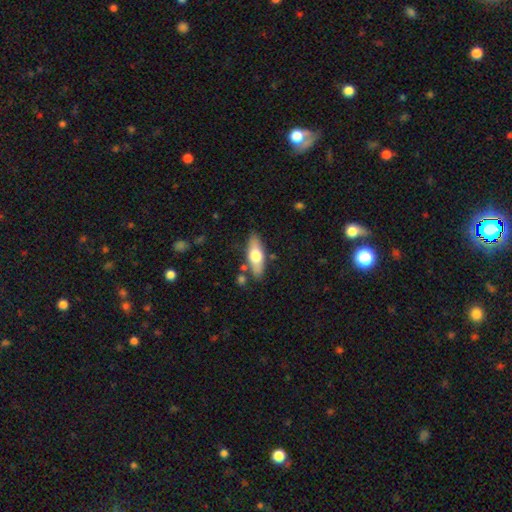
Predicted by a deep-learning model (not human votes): Q: Smooth or featured?
A: smooth (60%); runner-up: featured or disk (35%)
Q: How rounded?
A: in between (64%); runner-up: cigar-shaped (34%)
Q: Merging?
A: none (81%); runner-up: minor disturbance (12%)